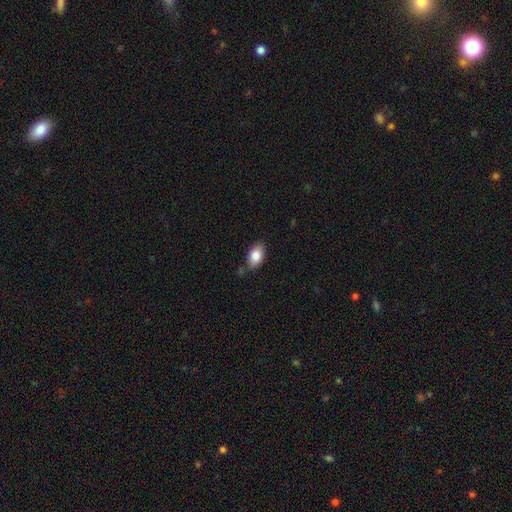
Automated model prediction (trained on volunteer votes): Smooth or featured? smooth (84%)
How rounded? in between (90%)
Merging? none (73%)